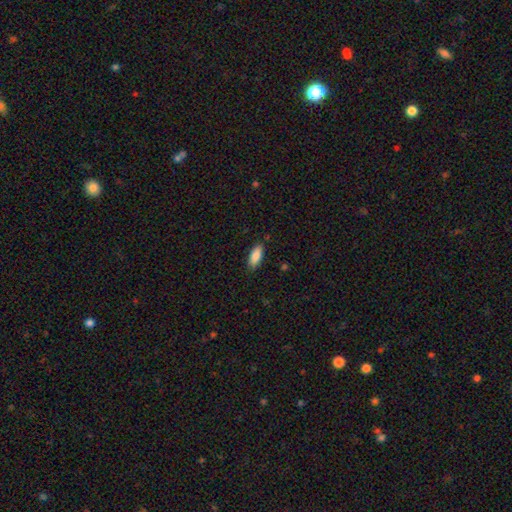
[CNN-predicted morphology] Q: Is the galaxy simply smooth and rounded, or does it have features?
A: smooth — 87%.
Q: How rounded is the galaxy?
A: in between — 80%.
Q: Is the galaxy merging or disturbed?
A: none — 85%.